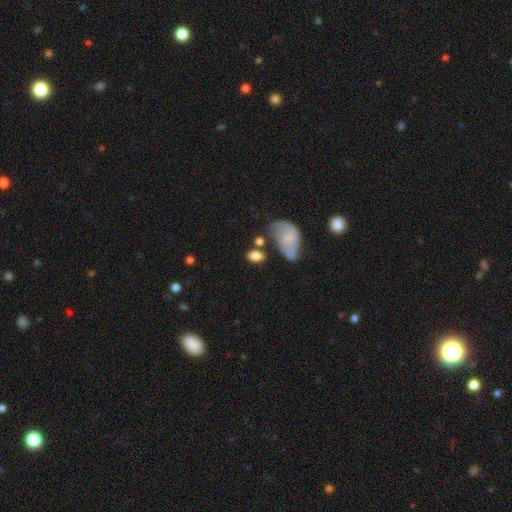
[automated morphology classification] Smooth or featured: smooth — 79% (featured or disk — 13%)
How rounded: in between — 86% (round — 10%)
Merging: none — 58% (minor disturbance — 20%)